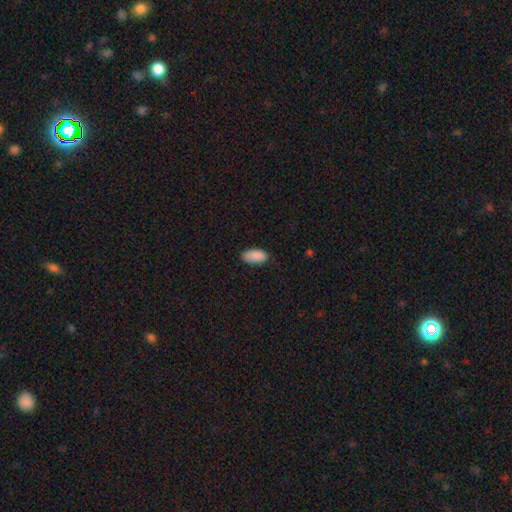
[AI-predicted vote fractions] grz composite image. It shows a smooth galaxy with no disk features (90%) that is in between round and cigar-shaped (93%). Merging: none (81%).